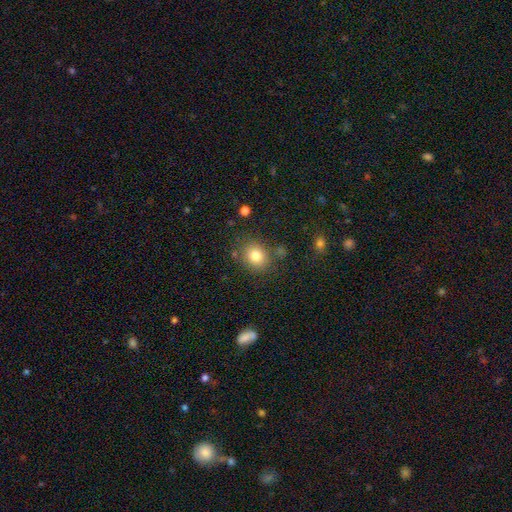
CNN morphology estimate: type=smooth (80%); roundness=round (60%); merging=none (79%).